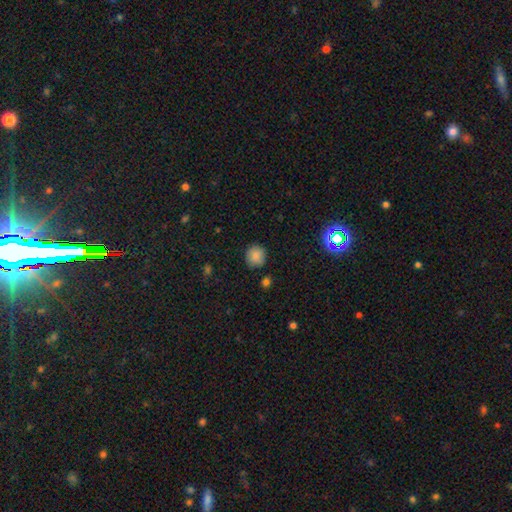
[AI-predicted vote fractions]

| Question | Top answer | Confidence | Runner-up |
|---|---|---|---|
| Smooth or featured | smooth | 85% | star or artifact (10%) |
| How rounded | round | 90% | in between (9%) |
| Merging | none | 87% | minor disturbance (9%) |